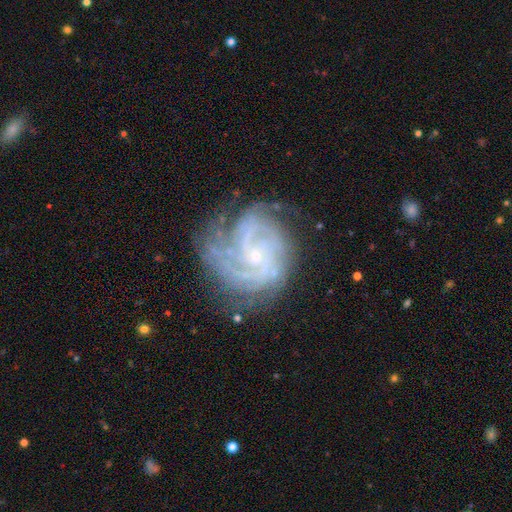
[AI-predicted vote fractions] The model was most divided on "spiral arm count": 3: 26%, can't tell: 24%, 2: 18%, 4: 17%, more than 4: 8%, 1: 7%. More confident: edge-on disk — no (98%); spiral arms — yes (97%); smooth or featured — featured or disk (87%); bulge size — small (81%); bar — no (66%); merging — none (65%); spiral winding — tight (63%).